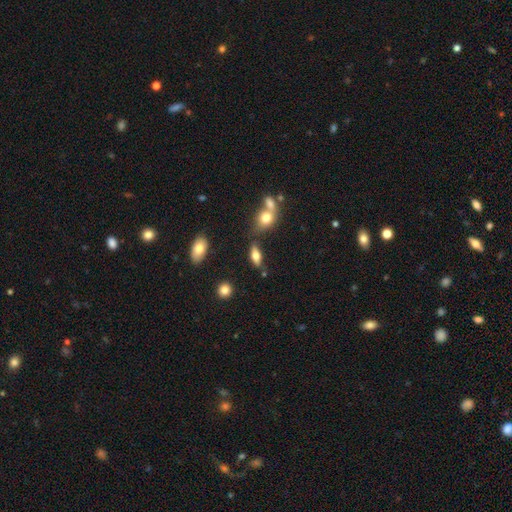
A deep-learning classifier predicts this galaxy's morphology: smooth 62%, featured or disk 29%, star or artifact 9%. Down the decision tree: how rounded — in between (73%); merging — none (65%).